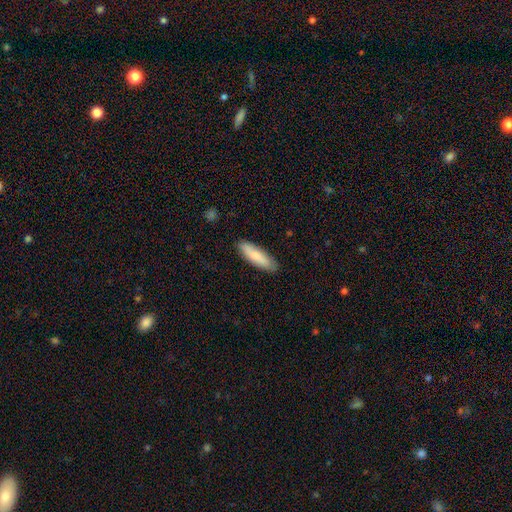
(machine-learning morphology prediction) Smooth or featured?
  - smooth: 80% *
  - featured or disk: 15%
  - star or artifact: 5%
How rounded?
  - cigar-shaped: 59% *
  - in between: 39%
  - round: 2%
Merging?
  - none: 87% *
  - minor disturbance: 10%
  - major disturbance: 2%
  - merger: 1%